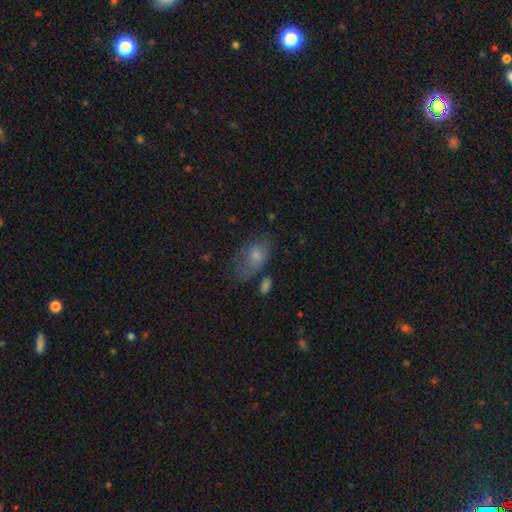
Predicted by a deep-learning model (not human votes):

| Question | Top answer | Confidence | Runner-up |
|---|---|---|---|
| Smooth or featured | smooth | 61% | featured or disk (24%) |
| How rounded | in between | 83% | round (15%) |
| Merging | none | 48% | minor disturbance (26%) |